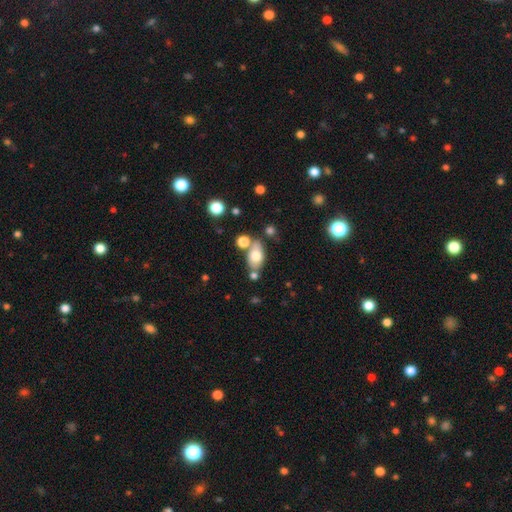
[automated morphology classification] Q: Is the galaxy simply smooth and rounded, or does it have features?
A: smooth — 69%.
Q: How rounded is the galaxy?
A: in between — 86%.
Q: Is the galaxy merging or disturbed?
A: none — 62%.